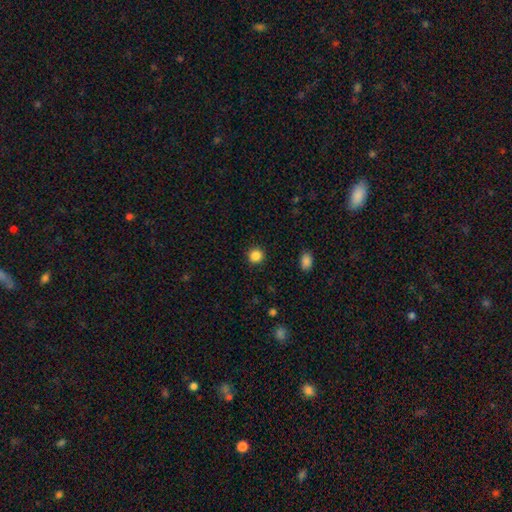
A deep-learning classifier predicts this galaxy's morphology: Smooth or featured? Predicted: smooth (p=0.85). How rounded? Predicted: round (p=0.93). Merging? Predicted: none (p=0.92).